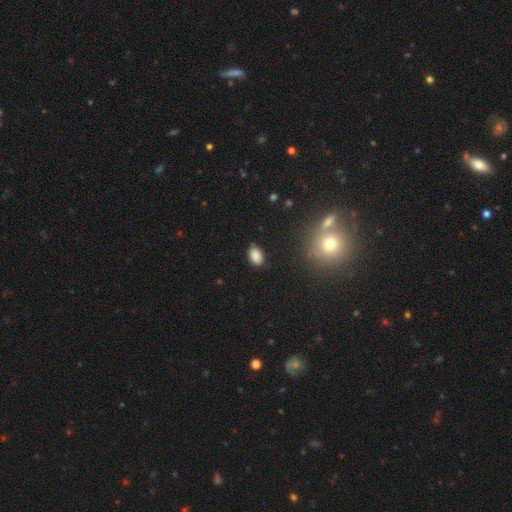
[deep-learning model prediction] Smooth or featured?
  - smooth: 85% *
  - star or artifact: 10%
  - featured or disk: 5%
How rounded?
  - in between: 89% *
  - round: 9%
  - cigar-shaped: 1%
Merging?
  - none: 80% *
  - minor disturbance: 15%
  - major disturbance: 3%
  - merger: 2%